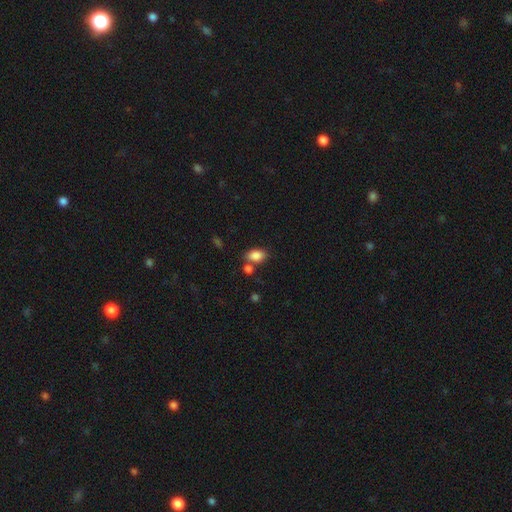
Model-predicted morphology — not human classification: Smooth or featured?
  - smooth: 86% *
  - star or artifact: 8%
  - featured or disk: 5%
How rounded?
  - in between: 87% *
  - round: 11%
  - cigar-shaped: 2%
Merging?
  - none: 63% *
  - merger: 20%
  - minor disturbance: 13%
  - major disturbance: 4%